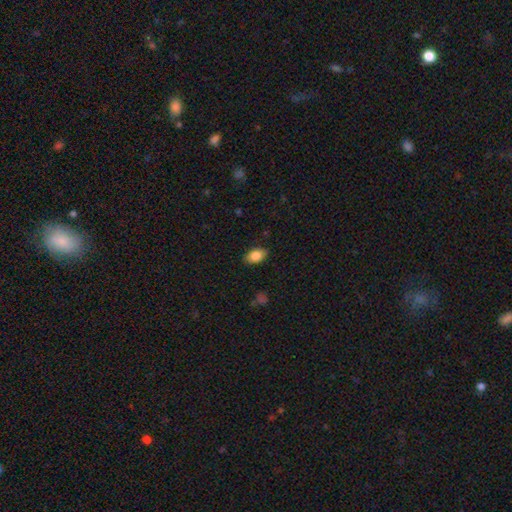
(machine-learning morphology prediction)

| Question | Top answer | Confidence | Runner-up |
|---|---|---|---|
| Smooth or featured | smooth | 84% | featured or disk (8%) |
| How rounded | in between | 90% | round (8%) |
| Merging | none | 86% | minor disturbance (11%) |